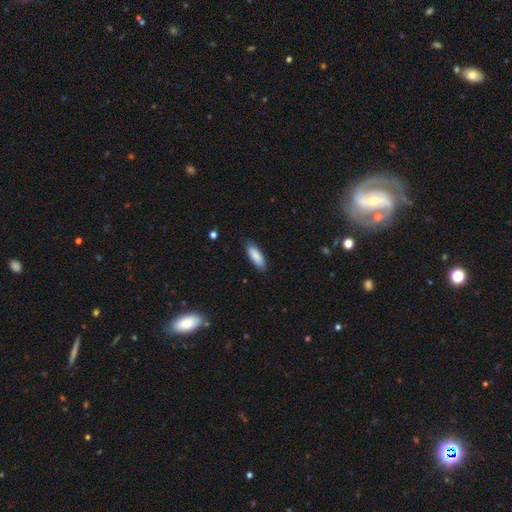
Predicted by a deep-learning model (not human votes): Q: Smooth or featured?
A: smooth (87%); runner-up: featured or disk (7%)
Q: How rounded?
A: in between (60%); runner-up: cigar-shaped (39%)
Q: Merging?
A: none (84%); runner-up: minor disturbance (13%)